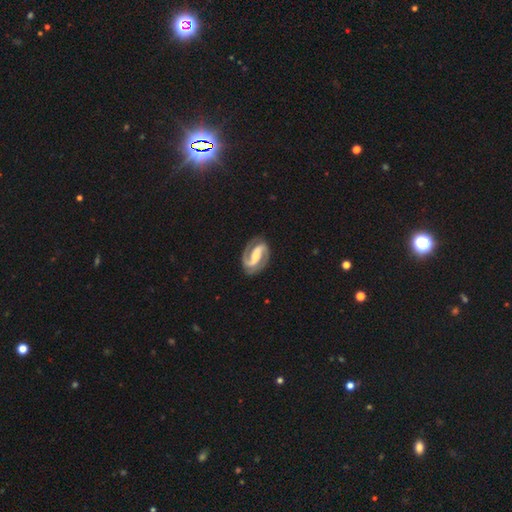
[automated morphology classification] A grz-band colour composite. It shows a featured or disk galaxy (91%) with a strong bar (56%), 2 (93%) medium (50%) spiral arms (98%) and a moderate central bulge (44%). Merging: none (83%).